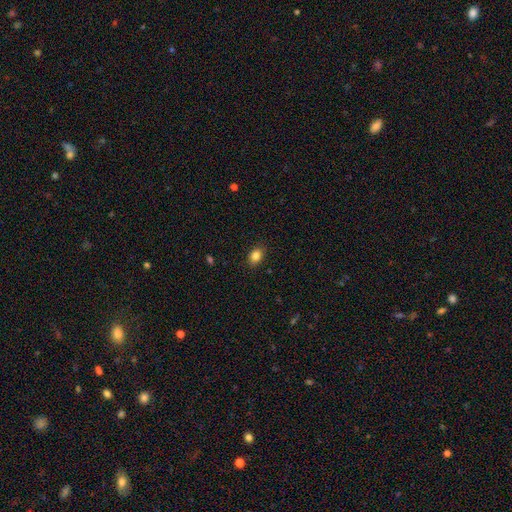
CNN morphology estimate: Smooth or featured: smooth — 85% (star or artifact — 10%)
How rounded: in between — 74% (round — 24%)
Merging: none — 87% (minor disturbance — 9%)